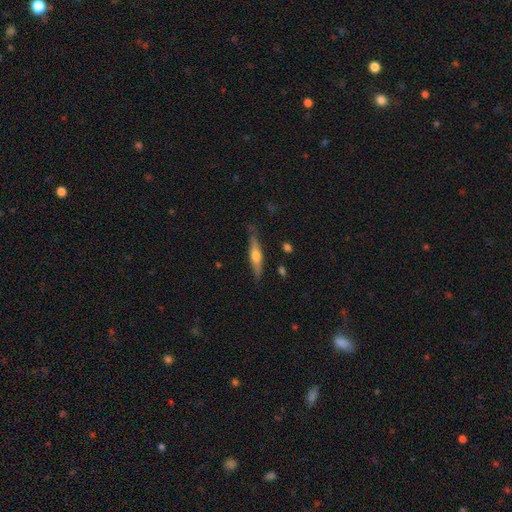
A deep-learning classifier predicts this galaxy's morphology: Smooth or featured? featured or disk (54%)
Edge-on disk? yes (94%)
Edge-on bulge? rounded (88%)
Merging? none (78%)